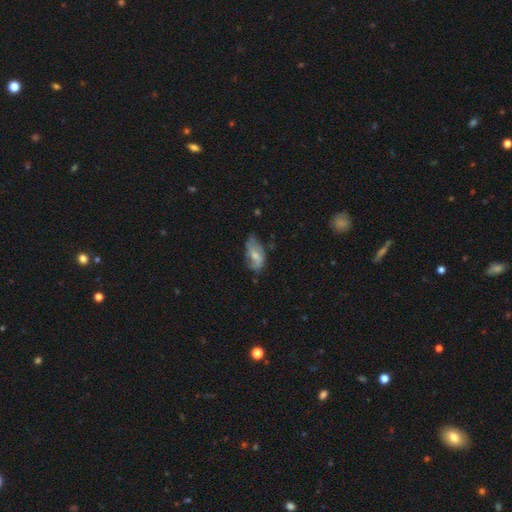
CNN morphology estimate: This appears to be a smooth galaxy with no disk features (55%) that is in between round and cigar-shaped (91%). Merging: none (41%).